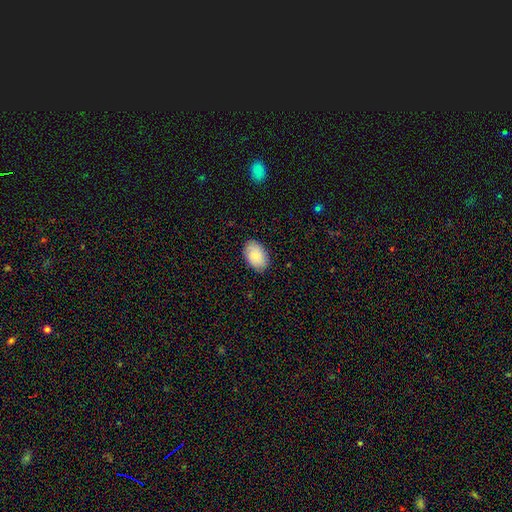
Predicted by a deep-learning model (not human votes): Smooth or featured?
  - smooth: 85% *
  - featured or disk: 9%
  - star or artifact: 6%
How rounded?
  - in between: 90% *
  - round: 9%
  - cigar-shaped: 1%
Merging?
  - none: 87% *
  - minor disturbance: 10%
  - major disturbance: 2%
  - merger: 1%